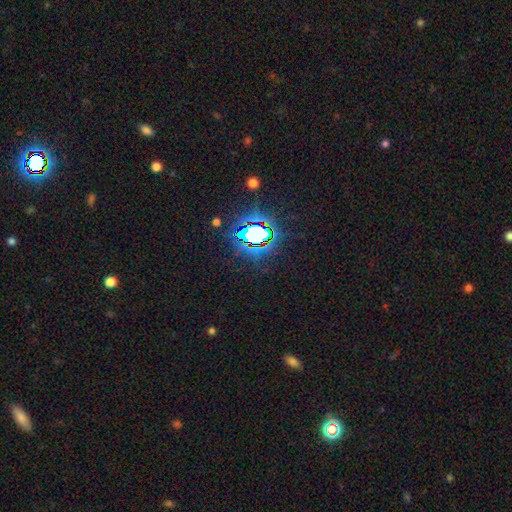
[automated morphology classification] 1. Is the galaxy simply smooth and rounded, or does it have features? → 81% star or artifact, 11% smooth, 7% featured or disk.